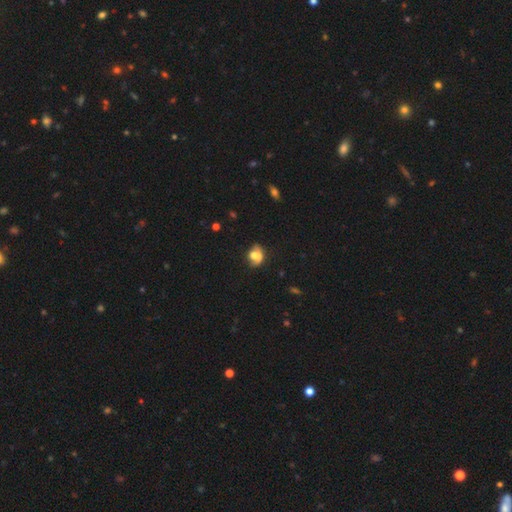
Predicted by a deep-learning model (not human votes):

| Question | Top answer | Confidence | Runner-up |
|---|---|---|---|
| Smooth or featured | smooth | 59% | featured or disk (29%) |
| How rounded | in between | 55% | round (43%) |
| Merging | none | 39% | merger (28%) |